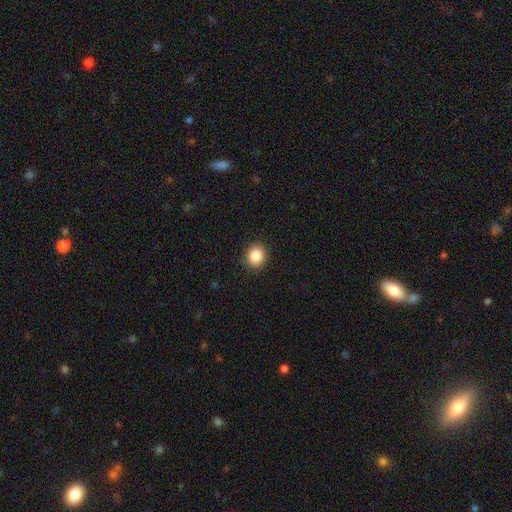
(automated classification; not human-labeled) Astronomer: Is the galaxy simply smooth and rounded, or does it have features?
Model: smooth — 86%.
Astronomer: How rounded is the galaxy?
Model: round — 79%.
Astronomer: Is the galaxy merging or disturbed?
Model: none — 91%.